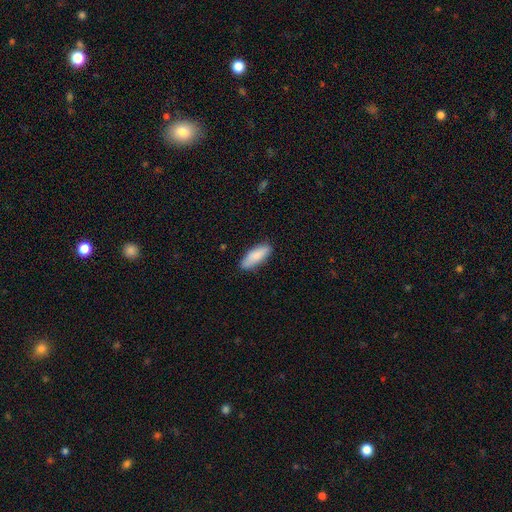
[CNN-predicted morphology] This appears to be a smooth galaxy with no disk features (85%) that is in between round and cigar-shaped (63%). Merging: none (86%).